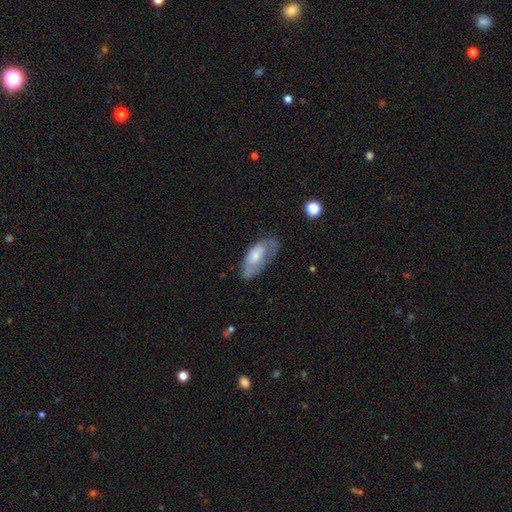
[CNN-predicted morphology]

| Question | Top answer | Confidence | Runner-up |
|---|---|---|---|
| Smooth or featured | smooth | 54% | featured or disk (39%) |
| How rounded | in between | 87% | cigar-shaped (10%) |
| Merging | none | 51% | minor disturbance (30%) |